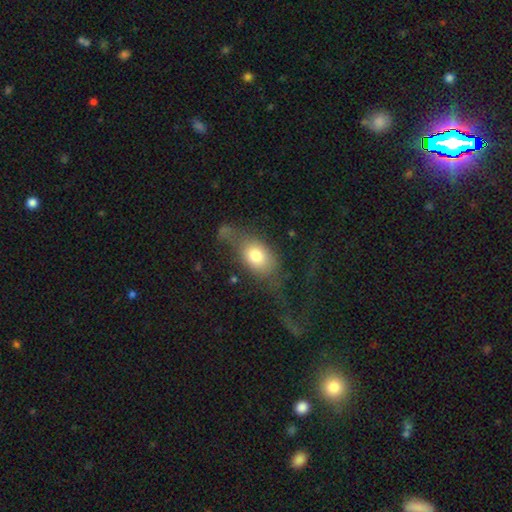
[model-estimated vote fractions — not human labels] Smooth or featured? smooth (71%)
How rounded? in between (77%)
Merging? major disturbance (40%)